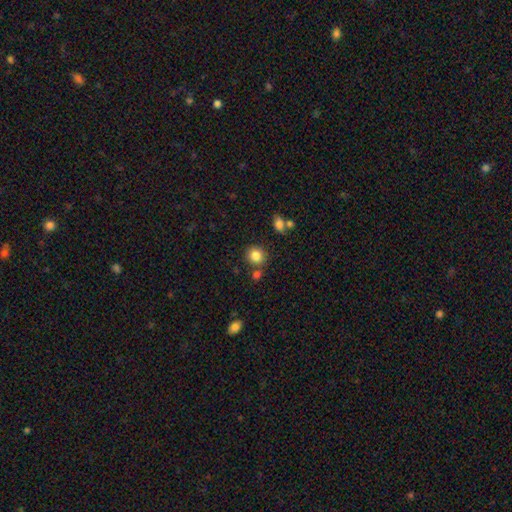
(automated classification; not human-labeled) Smooth or featured?
  - smooth: 84% *
  - star or artifact: 10%
  - featured or disk: 6%
How rounded?
  - round: 83% *
  - in between: 16%
  - cigar-shaped: 1%
Merging?
  - none: 77% *
  - merger: 10%
  - minor disturbance: 9%
  - major disturbance: 3%